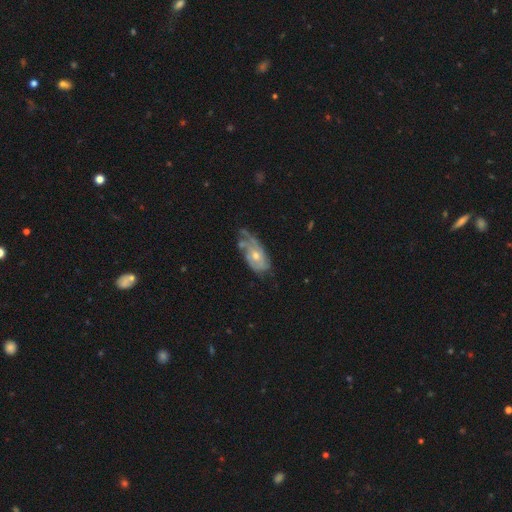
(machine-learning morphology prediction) type=featured or disk (67%); edge-on=no (92%); bar=no (78%); spiral arms=yes (75%); bulge=moderate (52%); merging=none (42%).